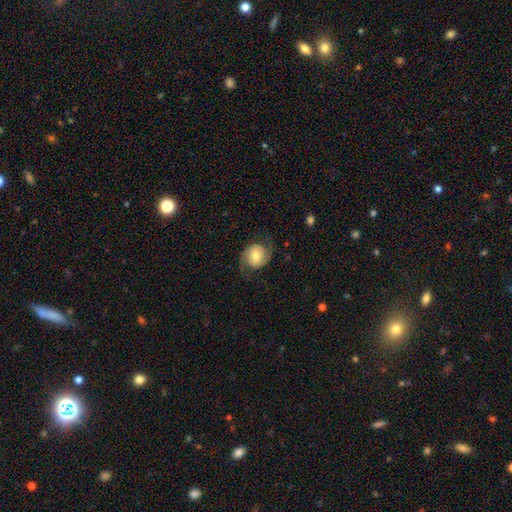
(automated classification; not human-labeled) smooth_or_featured: featured or disk (p=0.65) [alt: smooth p=0.27]
disk_edge_on: no (p=0.97) [alt: yes p=0.03]
bar: no (p=0.45) [alt: weak p=0.40]
has_spiral_arms: yes (p=0.91) [alt: no p=0.09]
spiral_winding: medium (p=0.42) [alt: loose p=0.41]
spiral_arm_count: 2 (p=0.91) [alt: can't tell p=0.04]
bulge_size: moderate (p=0.66) [alt: small p=0.20]
merging: none (p=0.75) [alt: minor disturbance p=0.14]